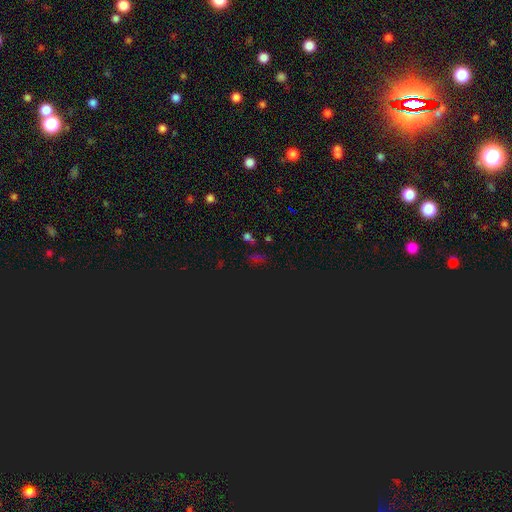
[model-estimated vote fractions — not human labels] Morphology: type=star or artifact (64%).